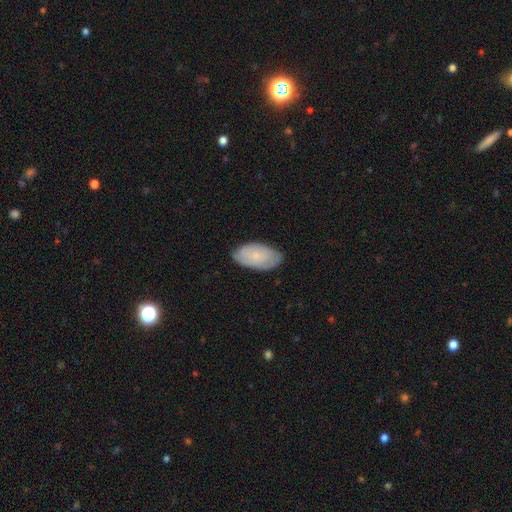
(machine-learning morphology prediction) type=smooth (67%); roundness=in between (95%); merging=none (78%).